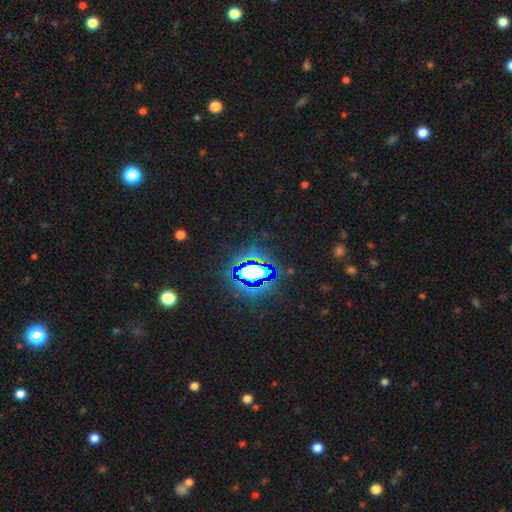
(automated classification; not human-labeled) A star or artifact, not a galaxy (80%).